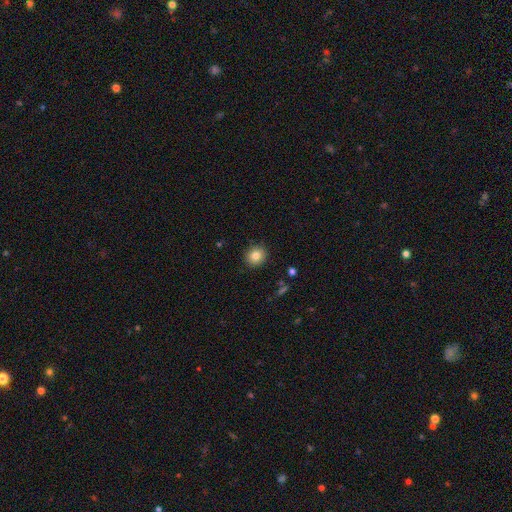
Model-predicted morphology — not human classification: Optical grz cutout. It shows a smooth galaxy with no disk features (82%) that is round (80%). Merging: none (89%).